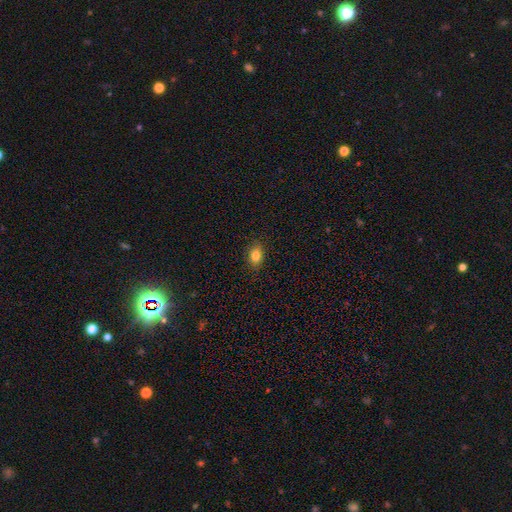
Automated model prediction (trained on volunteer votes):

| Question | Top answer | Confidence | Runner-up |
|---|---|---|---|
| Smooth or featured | smooth | 83% | star or artifact (10%) |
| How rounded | in between | 77% | round (21%) |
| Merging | none | 87% | minor disturbance (10%) |